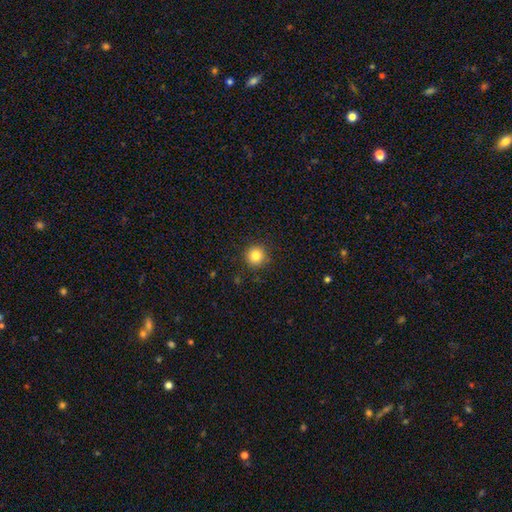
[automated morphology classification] smooth 83%, star or artifact 11%, featured or disk 6%. Down the decision tree: how rounded — round (94%); merging — none (90%).